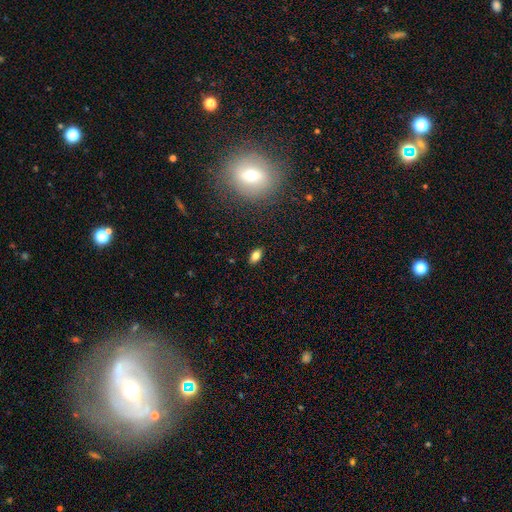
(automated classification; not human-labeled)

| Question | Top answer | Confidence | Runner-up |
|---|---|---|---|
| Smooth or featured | smooth | 78% | star or artifact (11%) |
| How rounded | in between | 89% | round (7%) |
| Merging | none | 87% | minor disturbance (9%) |